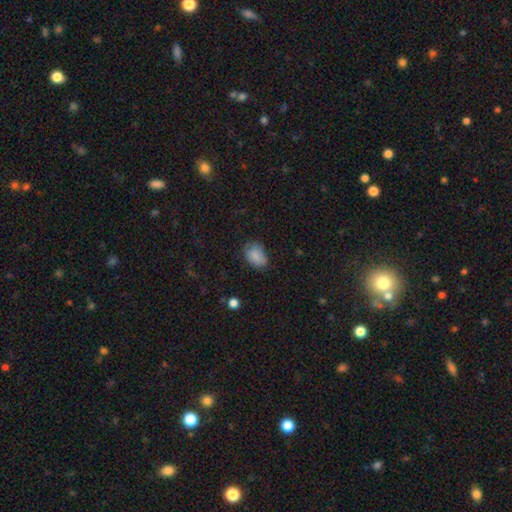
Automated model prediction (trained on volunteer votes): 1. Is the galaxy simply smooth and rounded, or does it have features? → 85% smooth, 8% star or artifact, 7% featured or disk.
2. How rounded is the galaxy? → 80% in between, 19% round, 1% cigar-shaped.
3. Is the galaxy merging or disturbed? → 70% none, 24% minor disturbance, 5% major disturbance, 1% merger.